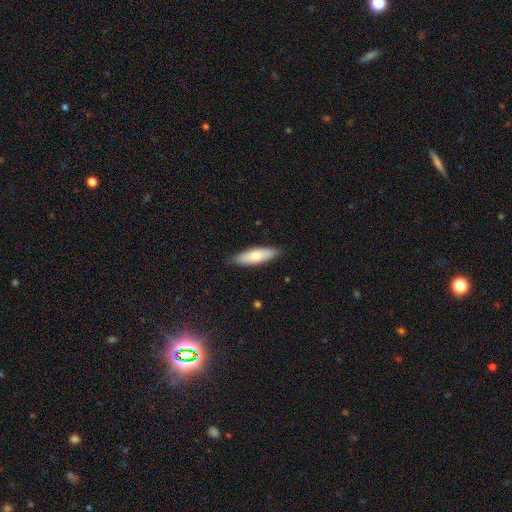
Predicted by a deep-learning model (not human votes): smooth-or-featured: smooth: 69% | featured or disk: 25% | star or artifact: 5%
  how-rounded: in between: 53% | cigar-shaped: 45% | round: 2%
  merging: none: 86% | minor disturbance: 11% | major disturbance: 2% | merger: 1%